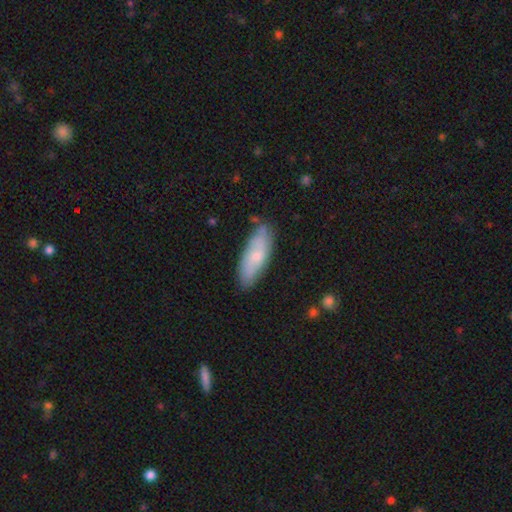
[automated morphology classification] smooth 63%, featured or disk 31%, star or artifact 6%. Down the decision tree: how rounded — in between (66%); merging — none (74%).